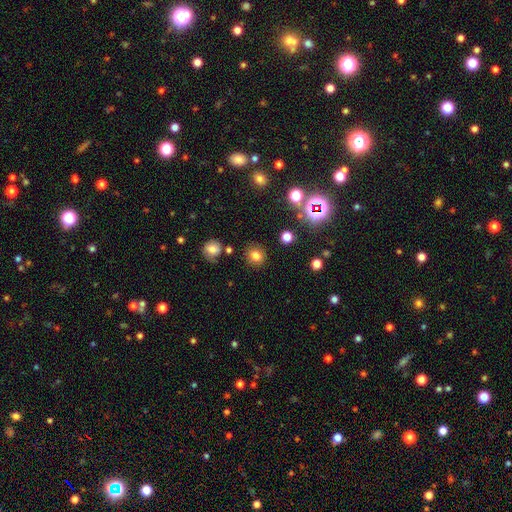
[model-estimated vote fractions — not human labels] The model was most divided on "smooth or featured": smooth: 78%, star or artifact: 16%, featured or disk: 7%. More confident: merging — none (86%); how rounded — round (84%).